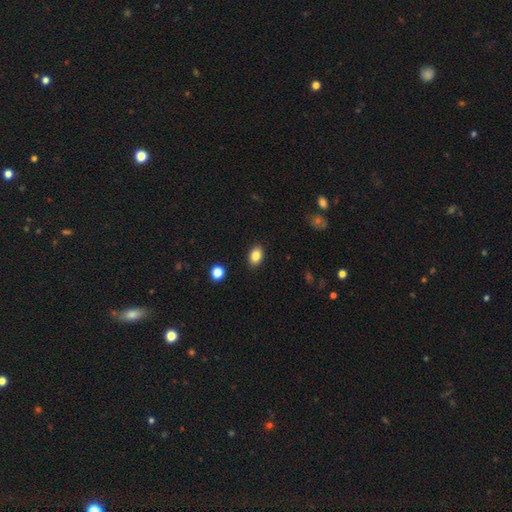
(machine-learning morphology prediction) A smooth galaxy with no disk features (84%) that is in between round and cigar-shaped (78%). Merging: none (89%).